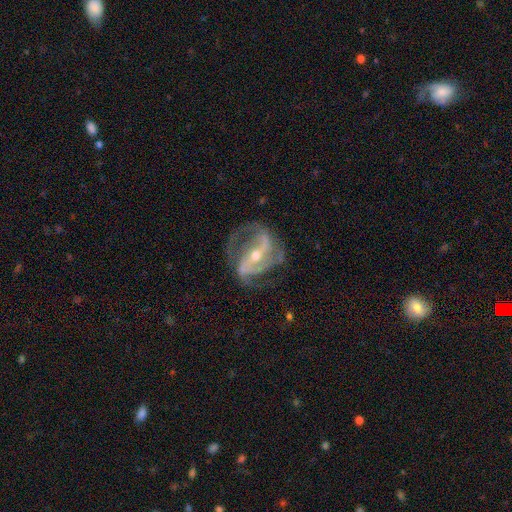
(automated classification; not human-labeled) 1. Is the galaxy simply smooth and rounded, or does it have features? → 90% featured or disk, 5% star or artifact, 5% smooth.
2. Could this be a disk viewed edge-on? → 96% no, 4% yes.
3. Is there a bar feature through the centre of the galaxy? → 62% strong, 26% weak, 12% no.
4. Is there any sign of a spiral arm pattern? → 96% yes, 4% no.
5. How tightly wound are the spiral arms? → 51% medium, 27% loose, 22% tight.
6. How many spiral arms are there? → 66% 2, 17% 3, 7% can't tell, 4% 1, 3% 4, 3% more than 4.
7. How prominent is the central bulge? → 52% moderate, 45% small, 2% large, 1% none, 1% dominant.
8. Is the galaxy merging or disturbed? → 62% none, 20% minor disturbance, 17% major disturbance, 2% merger.